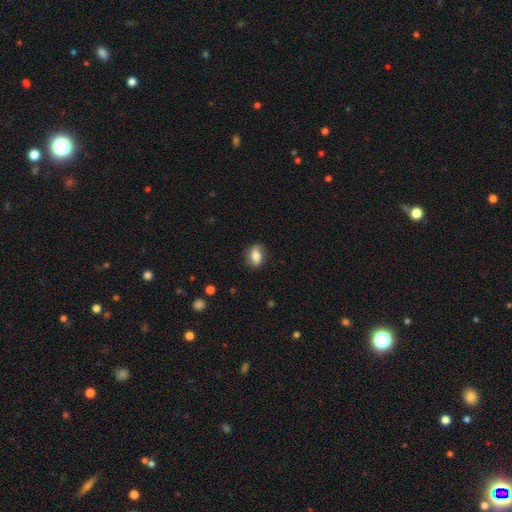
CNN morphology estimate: This appears to be a smooth galaxy with no disk features (70%) that is in between round and cigar-shaped (74%). Merging: none (81%).